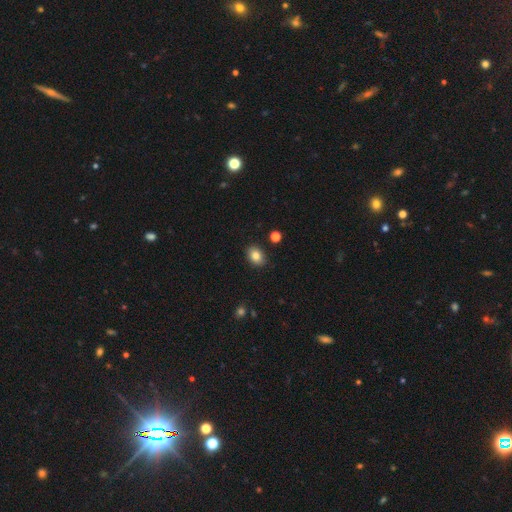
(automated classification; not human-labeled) Smooth or featured? Predicted: smooth (p=0.83). How rounded? Predicted: in between (p=0.70). Merging? Predicted: none (p=0.88).